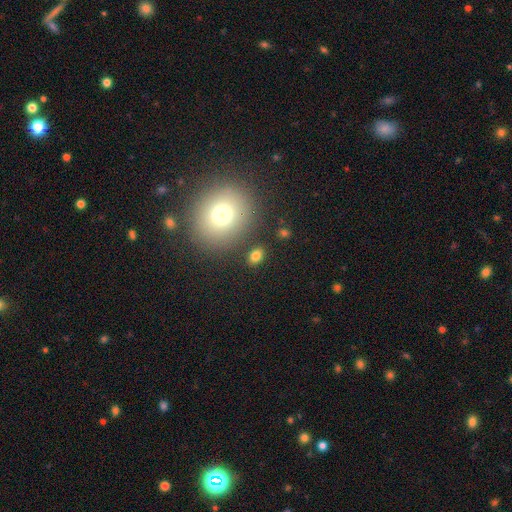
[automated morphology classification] Q: Smooth or featured?
A: smooth (80%); runner-up: star or artifact (13%)
Q: How rounded?
A: in between (74%); runner-up: round (24%)
Q: Merging?
A: none (83%); runner-up: minor disturbance (9%)